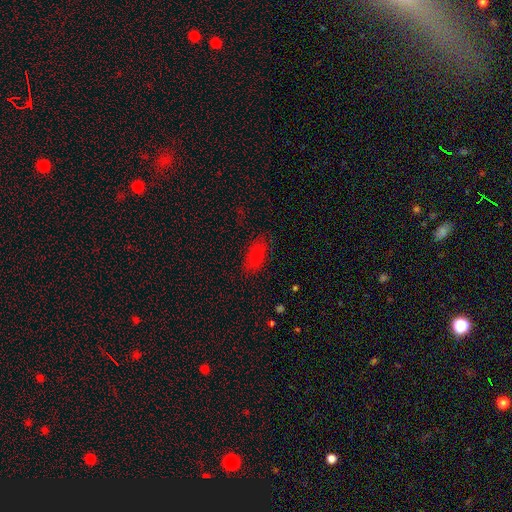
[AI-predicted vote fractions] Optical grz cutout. It shows a smooth galaxy with no disk features (79%) that is in between round and cigar-shaped (83%). Merging: none (82%).